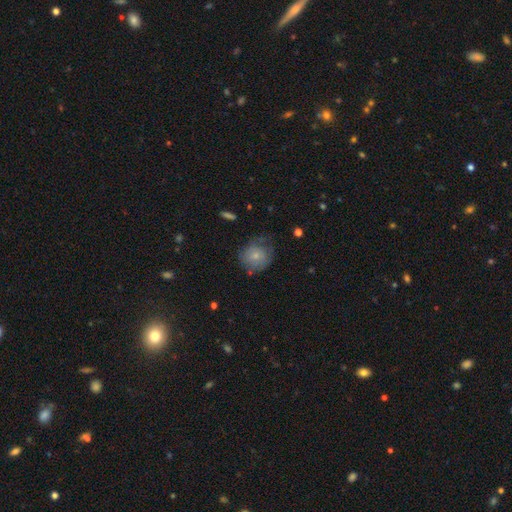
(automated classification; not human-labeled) A smooth galaxy with no disk features (68%) that is round (81%).

Vote fractions:
- Smooth or featured? smooth: 68% / featured or disk: 24% / star or artifact: 8%
- How rounded? round: 81% / in between: 18% / cigar-shaped: 1%
- Merging? none: 55% / minor disturbance: 29% / major disturbance: 14% / merger: 3%